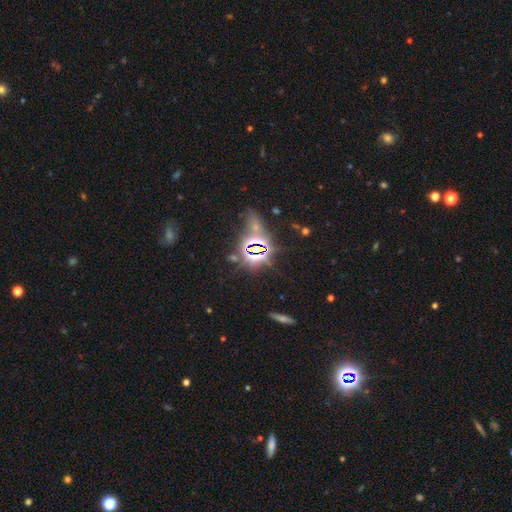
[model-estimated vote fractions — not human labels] star or artifact 81%, smooth 11%, featured or disk 9%.